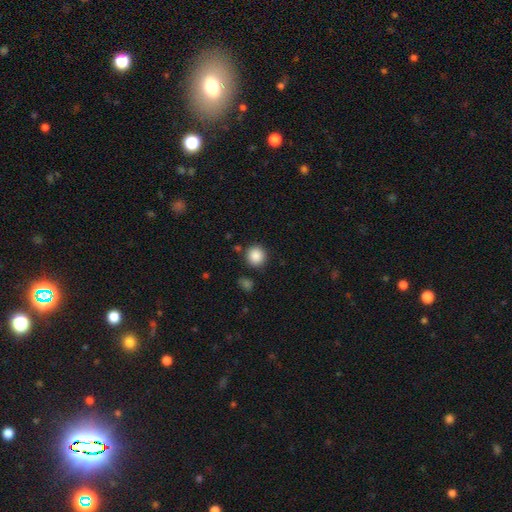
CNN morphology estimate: Overall: smooth (88%). How rounded: round (91%). Merging: none (86%).